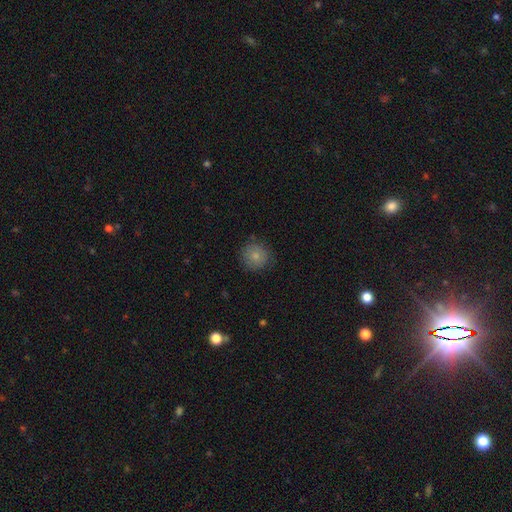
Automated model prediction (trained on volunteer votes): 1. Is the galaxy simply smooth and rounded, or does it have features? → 81% smooth, 10% featured or disk, 9% star or artifact.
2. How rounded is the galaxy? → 90% round, 9% in between, 1% cigar-shaped.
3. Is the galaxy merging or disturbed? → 81% none, 14% minor disturbance, 3% major disturbance, 1% merger.